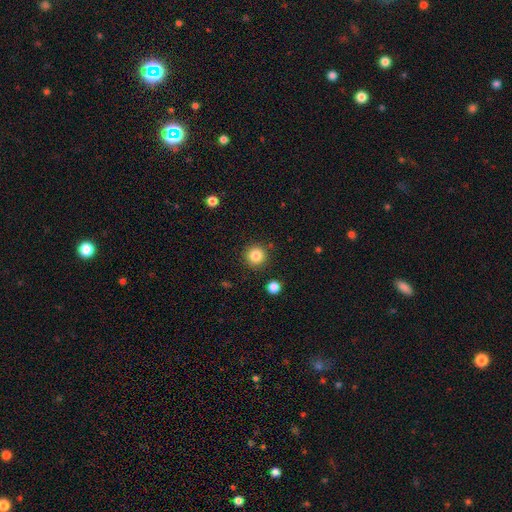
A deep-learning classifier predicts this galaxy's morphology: A smooth galaxy with no disk features (84%) that is round (95%). Merging: none (90%).